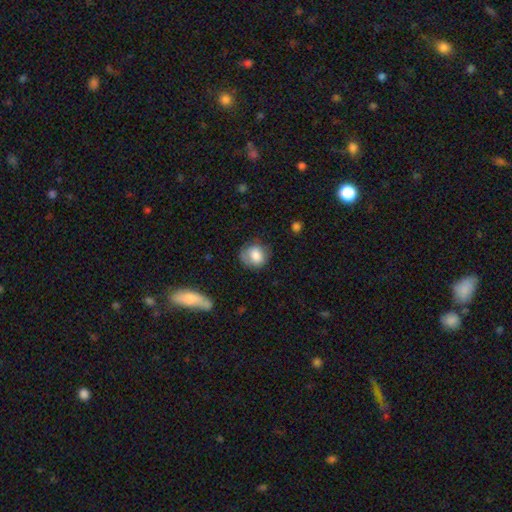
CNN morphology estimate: smooth-or-featured: smooth: 77% | featured or disk: 15% | star or artifact: 8%
  how-rounded: round: 74% | in between: 25% | cigar-shaped: 1%
  merging: none: 62% | minor disturbance: 26% | major disturbance: 10% | merger: 2%